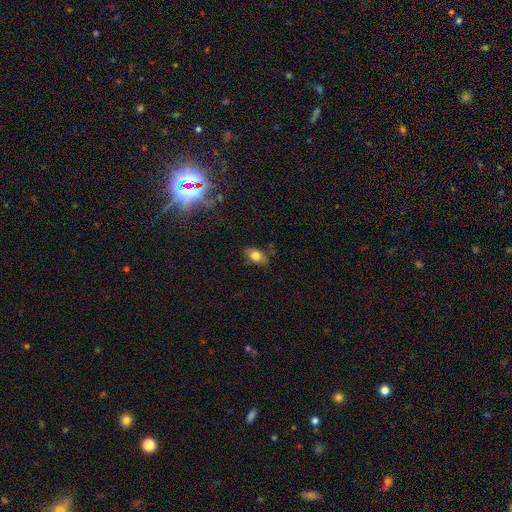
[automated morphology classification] A smooth galaxy with no disk features (77%) that is in between round and cigar-shaped (80%). Merging: none (70%).